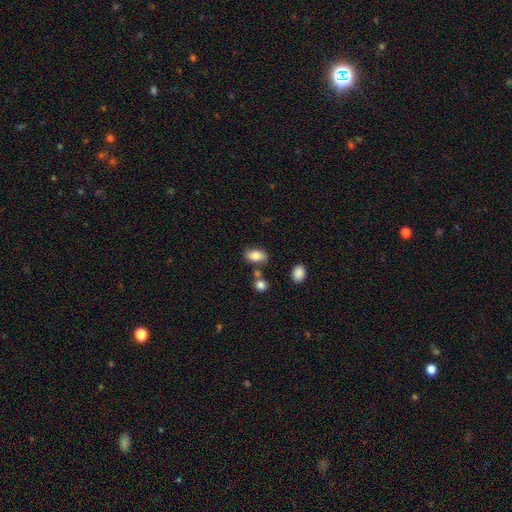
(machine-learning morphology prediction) This appears to be a smooth galaxy with no disk features (80%) that is in between round and cigar-shaped (87%). Merging: none (70%).